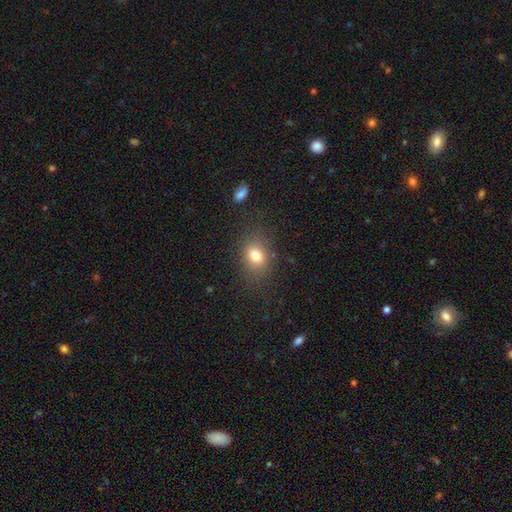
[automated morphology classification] type=smooth (77%); roundness=in between (51%); merging=none (80%).